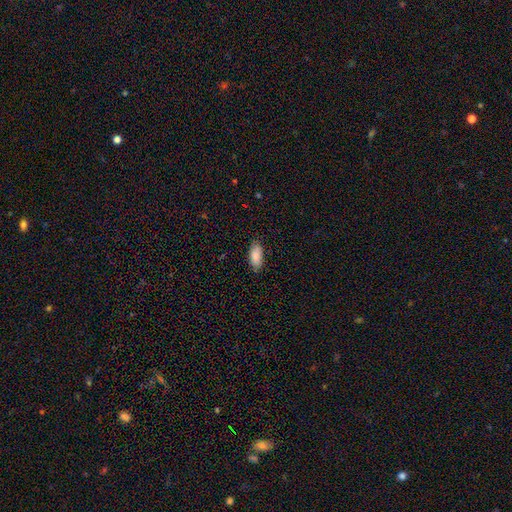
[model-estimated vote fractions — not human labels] A smooth galaxy with no disk features (87%) that is in between round and cigar-shaped (87%).

Vote fractions:
- Smooth or featured? smooth: 87% / featured or disk: 6% / star or artifact: 6%
- How rounded? in between: 87% / cigar-shaped: 11% / round: 2%
- Merging? none: 85% / minor disturbance: 12% / major disturbance: 2% / merger: 1%